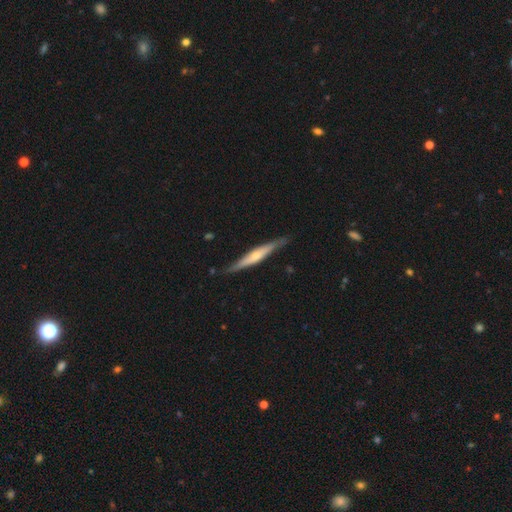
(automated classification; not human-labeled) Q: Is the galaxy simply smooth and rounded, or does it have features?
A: featured or disk — 62%.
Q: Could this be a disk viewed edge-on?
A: yes — 95%.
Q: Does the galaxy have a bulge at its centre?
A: rounded — 72%.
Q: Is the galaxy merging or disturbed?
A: none — 84%.